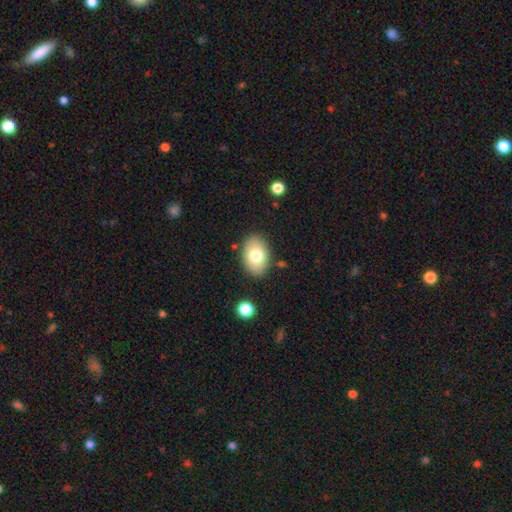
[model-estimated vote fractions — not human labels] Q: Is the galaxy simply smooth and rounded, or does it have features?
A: smooth — 75%.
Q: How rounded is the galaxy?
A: in between — 88%.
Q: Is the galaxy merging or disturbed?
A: none — 85%.